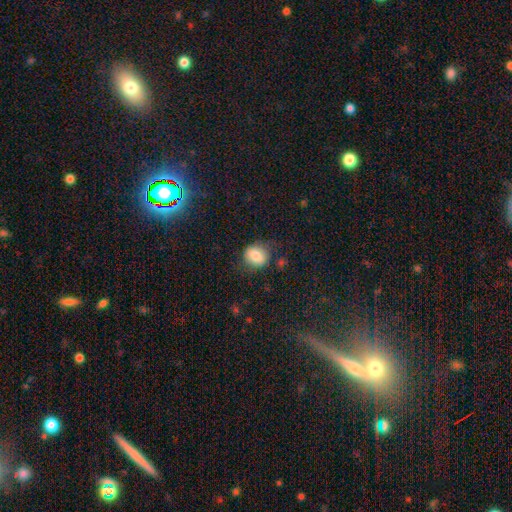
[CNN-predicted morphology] smooth_or_featured: smooth (p=0.79) [alt: featured or disk p=0.12]
how_rounded: round (p=0.61) [alt: in between p=0.37]
merging: none (p=0.69) [alt: minor disturbance p=0.20]